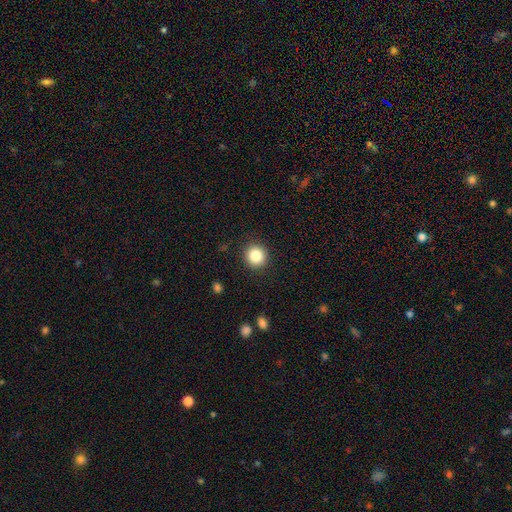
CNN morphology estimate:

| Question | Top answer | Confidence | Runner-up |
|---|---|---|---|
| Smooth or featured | smooth | 85% | star or artifact (10%) |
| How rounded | round | 92% | in between (7%) |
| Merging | none | 91% | minor disturbance (6%) |